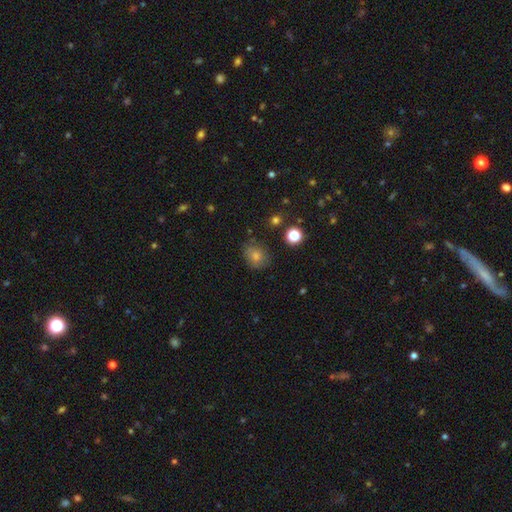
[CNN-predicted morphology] Smooth or featured? Predicted: smooth (p=0.69). How rounded? Predicted: round (p=0.61). Merging? Predicted: none (p=0.79).